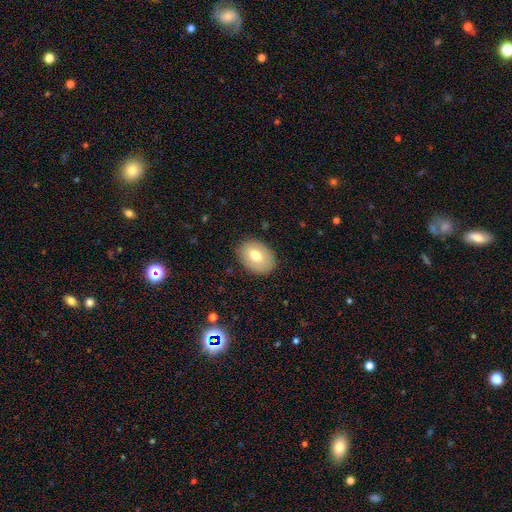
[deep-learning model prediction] Smooth or featured? smooth (71%)
How rounded? in between (77%)
Merging? none (85%)